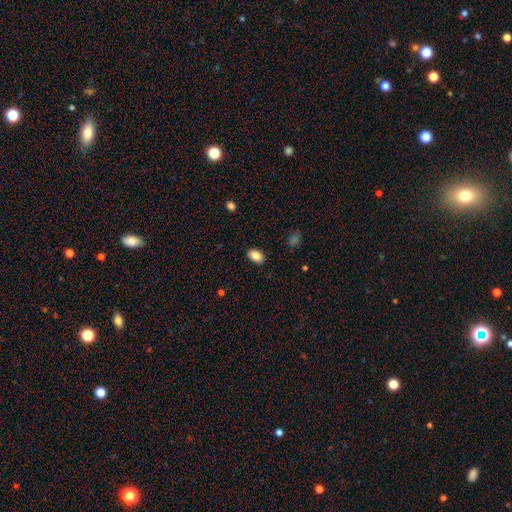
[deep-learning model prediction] Smooth or featured: smooth — 86% (star or artifact — 8%)
How rounded: in between — 87% (round — 11%)
Merging: none — 88% (minor disturbance — 9%)